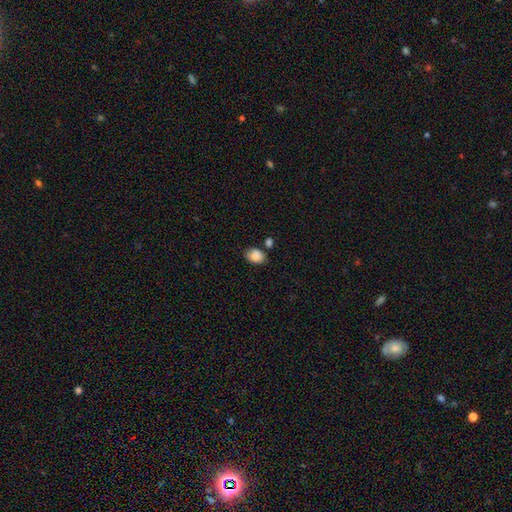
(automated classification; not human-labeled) A smooth galaxy with no disk features (87%) that is in between round and cigar-shaped (73%). Merging: none (68%).